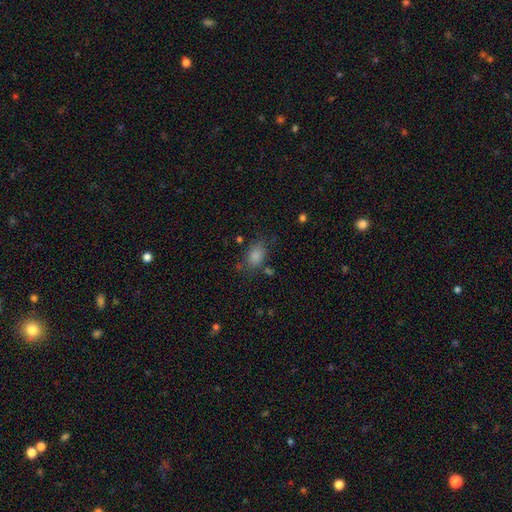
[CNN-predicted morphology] Overall: smooth (83%). How rounded: in between (81%). Merging: none (67%).